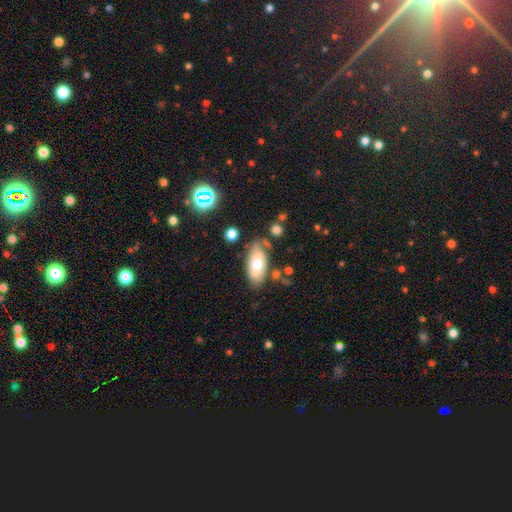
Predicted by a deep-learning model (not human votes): A smooth galaxy with no disk features (55%) that is in between round and cigar-shaped (89%). Merging: none (61%).